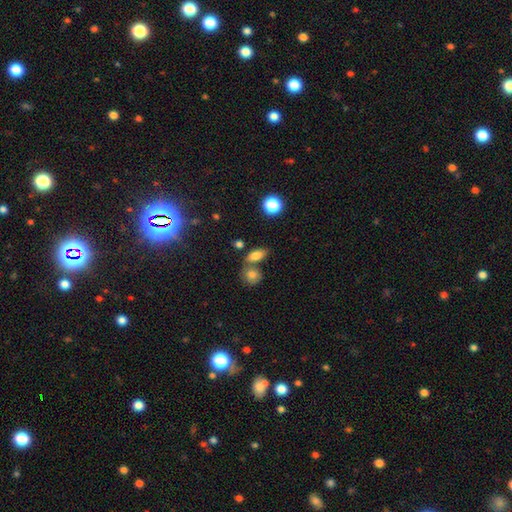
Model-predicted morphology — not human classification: Smooth or featured?
  - smooth: 77% *
  - featured or disk: 12%
  - star or artifact: 11%
How rounded?
  - in between: 80% *
  - round: 11%
  - cigar-shaped: 9%
Merging?
  - none: 57% *
  - merger: 27%
  - minor disturbance: 12%
  - major disturbance: 4%